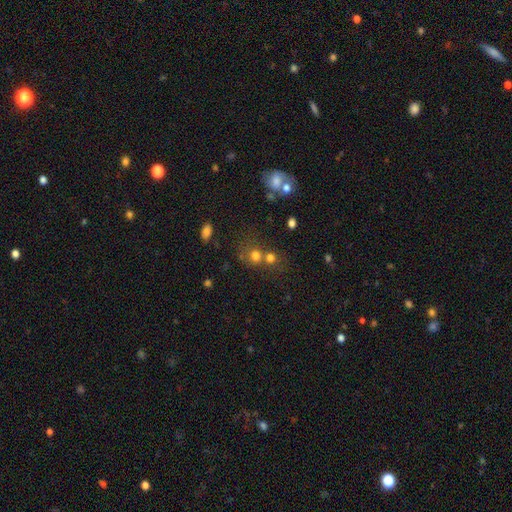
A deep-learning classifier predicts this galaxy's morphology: smooth_or_featured: smooth (p=0.72) [alt: star or artifact p=0.18]
how_rounded: round (p=0.83) [alt: in between p=0.16]
merging: none (p=0.48) [alt: merger p=0.40]